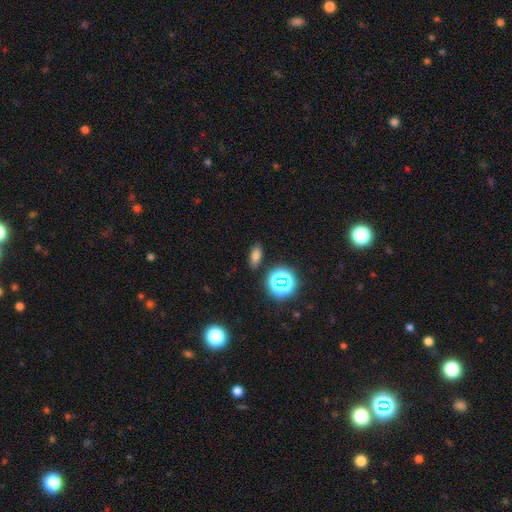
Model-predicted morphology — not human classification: Smooth or featured: smooth — 70% (star or artifact — 22%)
How rounded: in between — 78% (round — 11%)
Merging: none — 85% (minor disturbance — 10%)